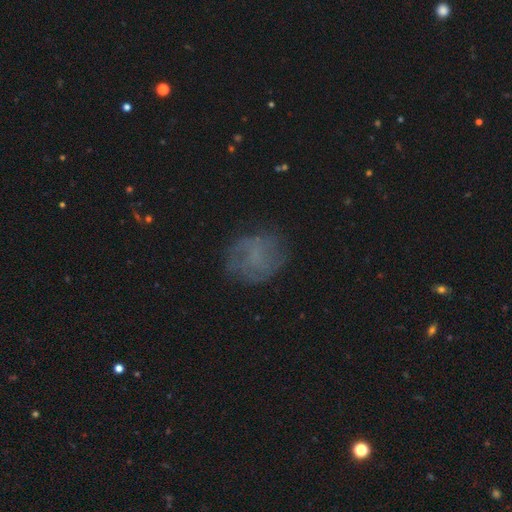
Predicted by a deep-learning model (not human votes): The model was most divided on "smooth or featured": featured or disk: 45%, smooth: 39%, star or artifact: 16%. More confident: merging — none (72%).